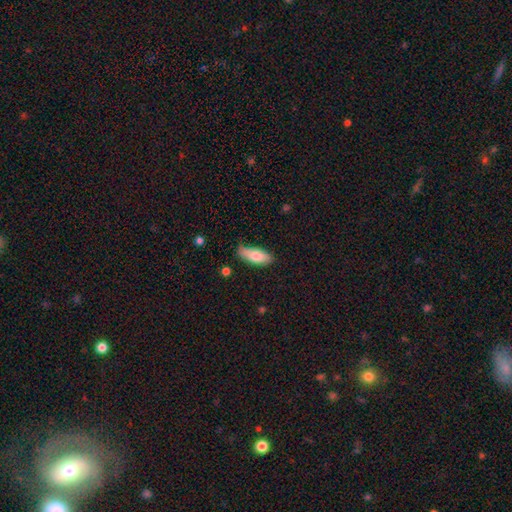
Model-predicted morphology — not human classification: A smooth galaxy with no disk features (75%) that is in between round and cigar-shaped (76%).

Vote fractions:
- Smooth or featured? smooth: 75% / featured or disk: 18% / star or artifact: 6%
- How rounded? in between: 76% / cigar-shaped: 21% / round: 2%
- Merging? none: 72% / minor disturbance: 22% / major disturbance: 3% / merger: 2%